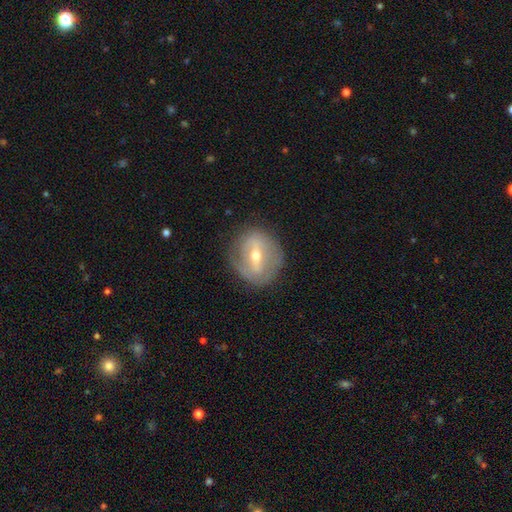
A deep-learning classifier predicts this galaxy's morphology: Smooth or featured? Predicted: featured or disk (p=0.71). Edge-on disk? Predicted: no (p=0.90). Bar? Predicted: strong (p=0.53). Spiral arms? Predicted: yes (p=0.52). Bulge size? Predicted: moderate (p=0.57). Merging? Predicted: none (p=0.79).